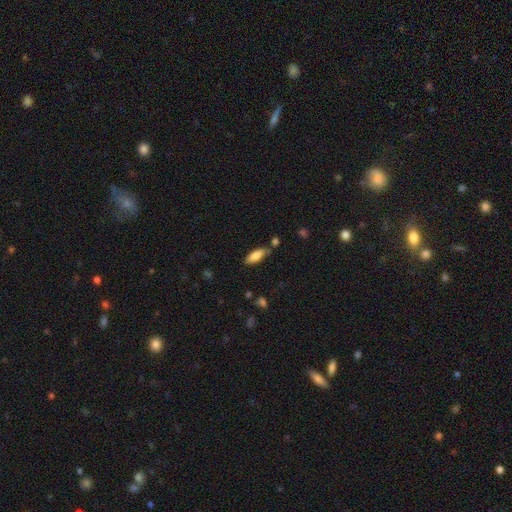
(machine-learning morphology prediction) A smooth galaxy with no disk features (84%) that is in between round and cigar-shaped (68%).

Vote fractions:
- Smooth or featured? smooth: 84% / featured or disk: 10% / star or artifact: 7%
- How rounded? in between: 68% / cigar-shaped: 31% / round: 2%
- Merging? none: 70% / minor disturbance: 19% / merger: 8% / major disturbance: 4%